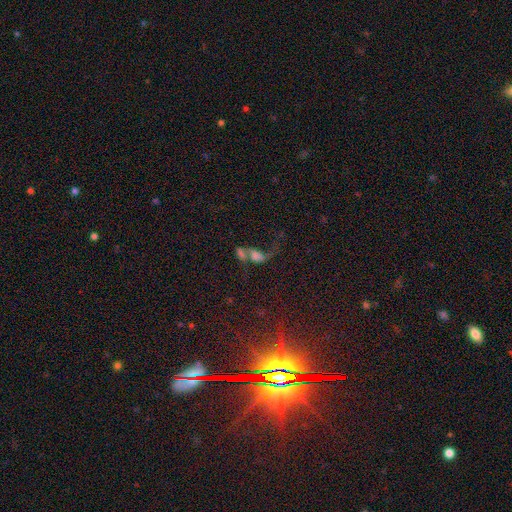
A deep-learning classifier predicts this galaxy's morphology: Smooth or featured: smooth — 43% (featured or disk — 37%)
Merging: merger — 64% (major disturbance — 16%)